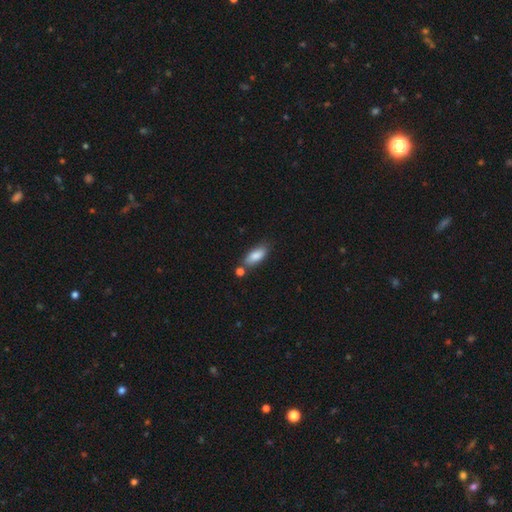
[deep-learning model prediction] Smooth or featured?
  - smooth: 84% *
  - featured or disk: 10%
  - star or artifact: 7%
How rounded?
  - in between: 79% *
  - cigar-shaped: 18%
  - round: 2%
Merging?
  - none: 66% *
  - minor disturbance: 16%
  - merger: 14%
  - major disturbance: 4%